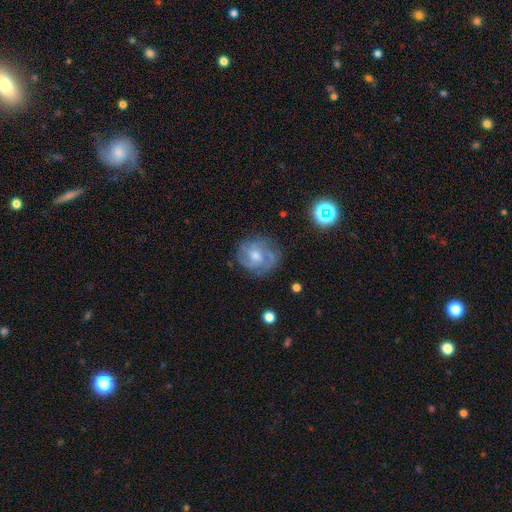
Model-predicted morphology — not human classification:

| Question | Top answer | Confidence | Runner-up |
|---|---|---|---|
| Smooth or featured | featured or disk | 69% | smooth (23%) |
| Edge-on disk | no | 97% | yes (3%) |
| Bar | no | 56% | weak (38%) |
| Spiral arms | yes | 86% | no (14%) |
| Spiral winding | tight | 44% | medium (42%) |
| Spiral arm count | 2 | 35% | can't tell (29%) |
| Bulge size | moderate | 56% | small (32%) |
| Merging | none | 71% | minor disturbance (18%) |